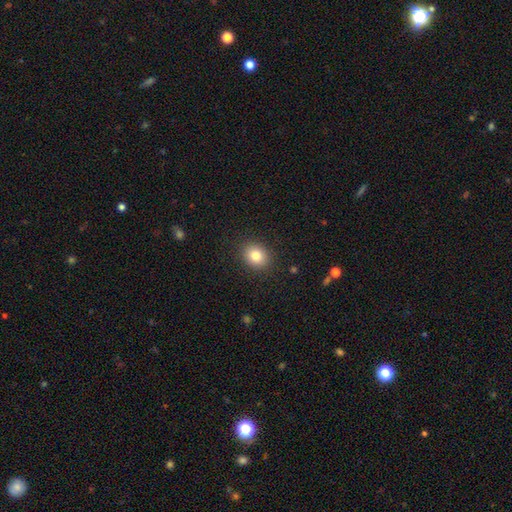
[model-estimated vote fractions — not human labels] Smooth or featured: smooth — 82% (star or artifact — 10%)
How rounded: round — 62% (in between — 37%)
Merging: none — 89% (minor disturbance — 8%)